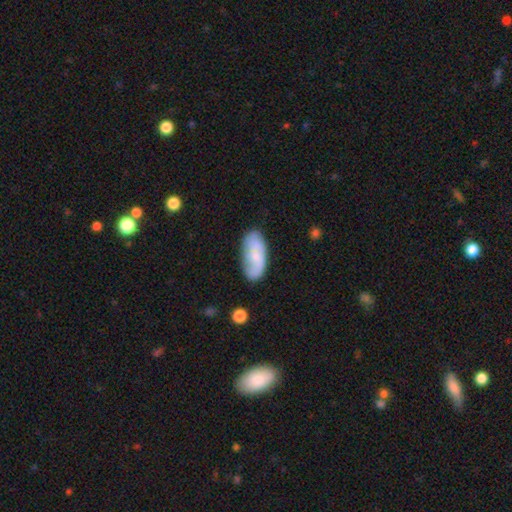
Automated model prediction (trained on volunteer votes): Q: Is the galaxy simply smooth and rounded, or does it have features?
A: smooth — 51%.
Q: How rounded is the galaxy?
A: in between — 89%.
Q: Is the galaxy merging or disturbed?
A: none — 70%.